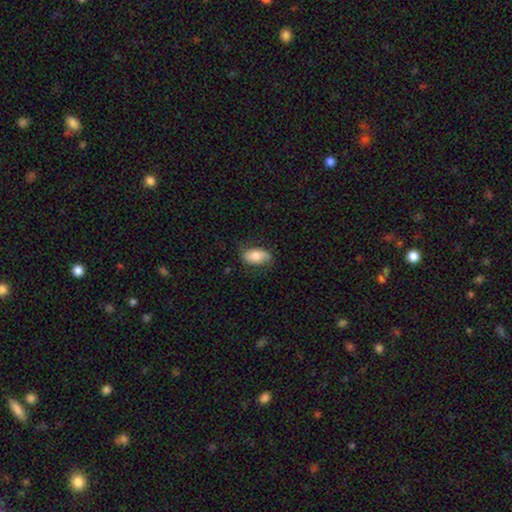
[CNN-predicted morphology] This appears to be a smooth galaxy with no disk features (69%) that is in between round and cigar-shaped (91%). Merging: none (69%).